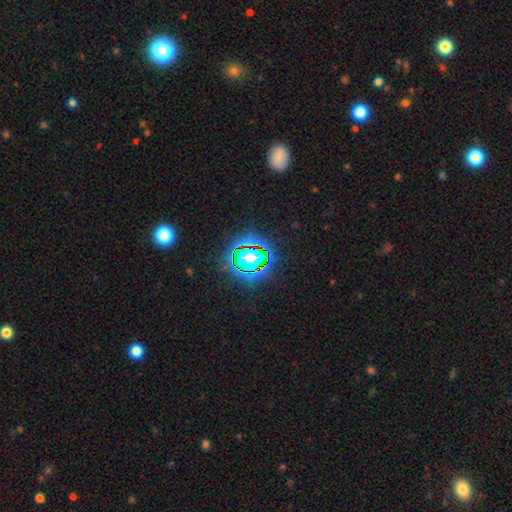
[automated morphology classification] The model was most divided on "smooth or featured": star or artifact: 80%, smooth: 13%, featured or disk: 8%.